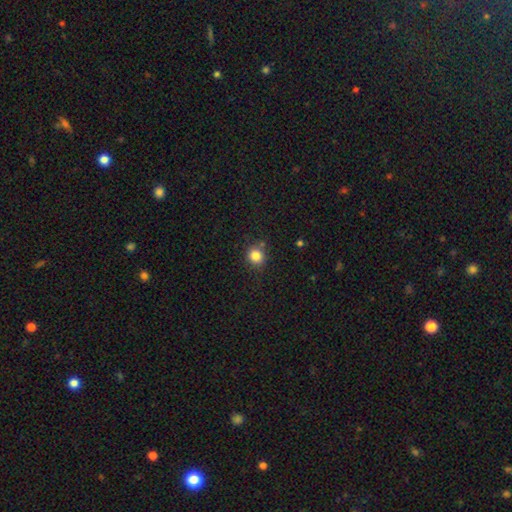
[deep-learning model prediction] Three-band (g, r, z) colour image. It shows a smooth galaxy with no disk features (83%) that is round (84%). Merging: none (79%).